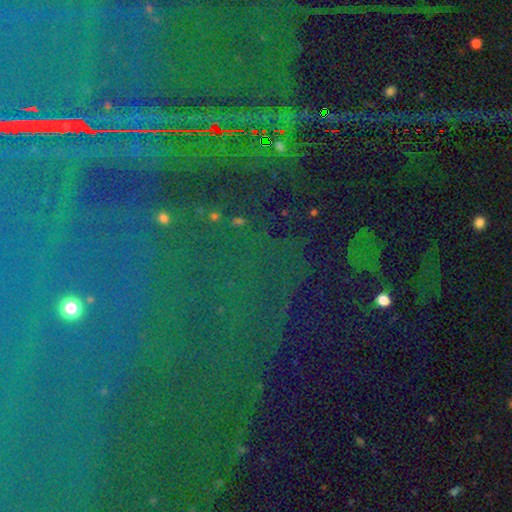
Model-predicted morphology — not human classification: This is clearly a star or artifact rather than a galaxy (86%).